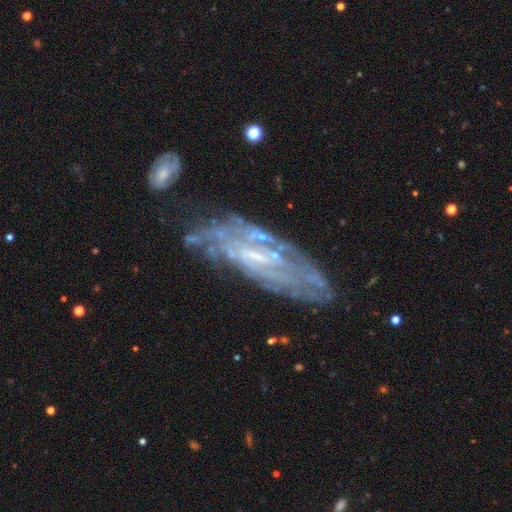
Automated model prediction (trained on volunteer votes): Q: Smooth or featured?
A: featured or disk (76%); runner-up: smooth (15%)
Q: Edge-on disk?
A: no (81%); runner-up: yes (19%)
Q: Bar?
A: weak (42%); runner-up: no (39%)
Q: Spiral arms?
A: yes (70%); runner-up: no (30%)
Q: Bulge size?
A: small (51%); runner-up: none (24%)
Q: Merging?
A: none (61%); runner-up: minor disturbance (22%)